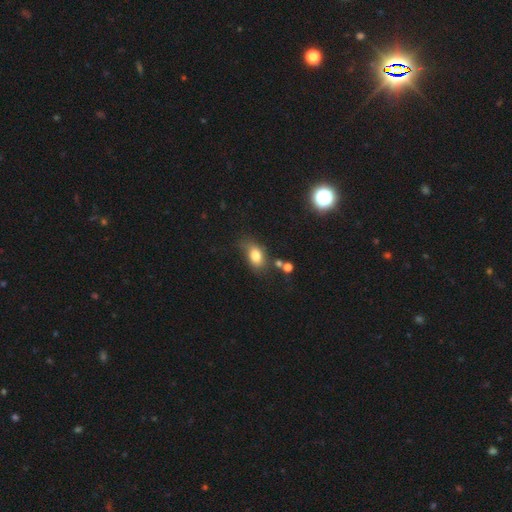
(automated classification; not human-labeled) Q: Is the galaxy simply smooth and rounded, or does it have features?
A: smooth — 79%.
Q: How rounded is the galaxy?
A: in between — 81%.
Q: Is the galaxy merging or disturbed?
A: none — 56%.